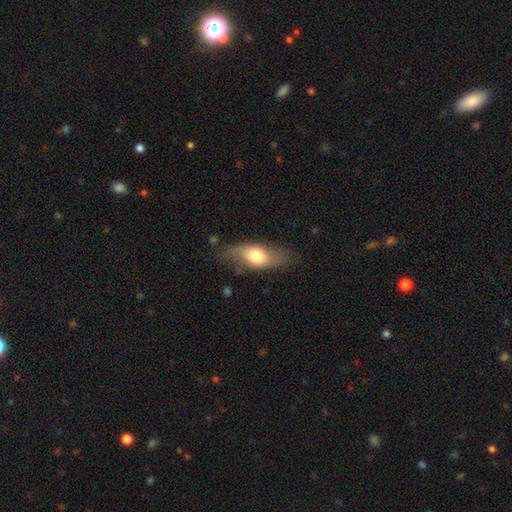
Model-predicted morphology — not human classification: Smooth or featured? smooth (65%)
How rounded? in between (77%)
Merging? none (68%)